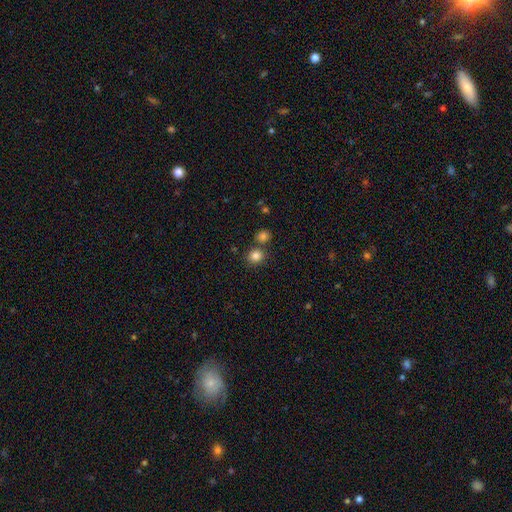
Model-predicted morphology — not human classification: A smooth galaxy with no disk features (83%) that is round (81%). Merging: none (71%).